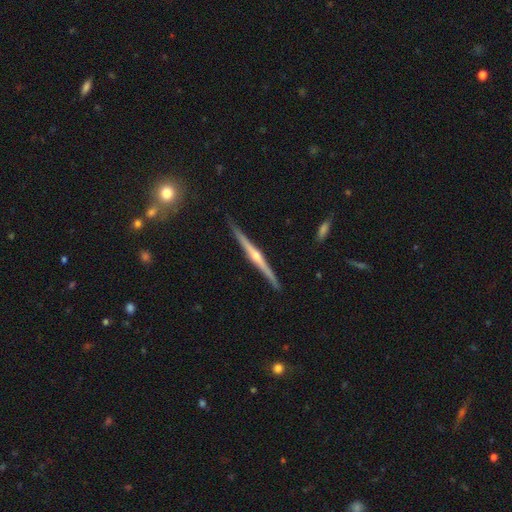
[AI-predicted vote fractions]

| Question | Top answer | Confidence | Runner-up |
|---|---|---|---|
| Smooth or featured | featured or disk | 83% | smooth (12%) |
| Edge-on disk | yes | 98% | no (2%) |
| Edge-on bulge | rounded | 89% | none (7%) |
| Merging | none | 90% | minor disturbance (7%) |